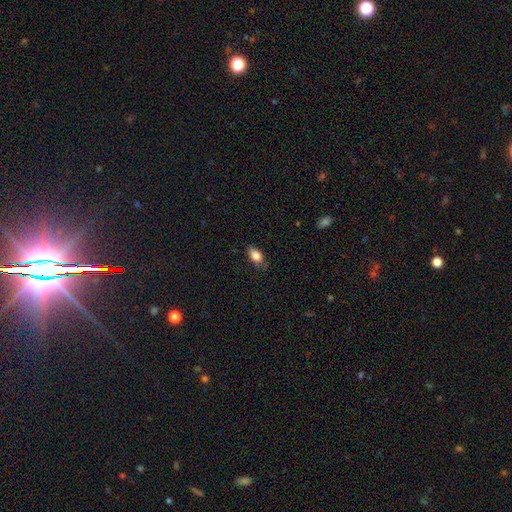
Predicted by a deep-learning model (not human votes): Smooth or featured? smooth (85%)
How rounded? in between (87%)
Merging? none (74%)